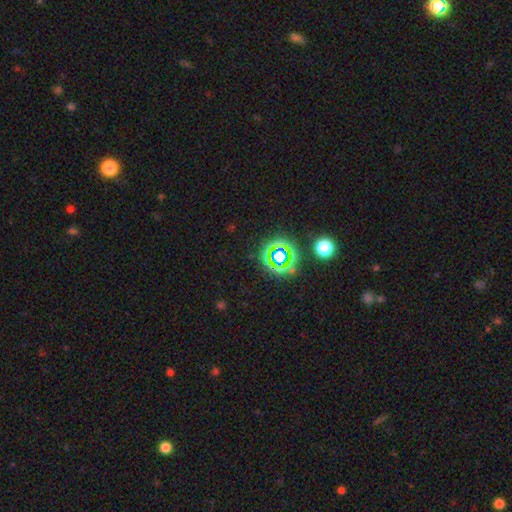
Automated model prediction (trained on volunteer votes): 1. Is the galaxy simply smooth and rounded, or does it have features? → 70% star or artifact, 20% smooth, 11% featured or disk.